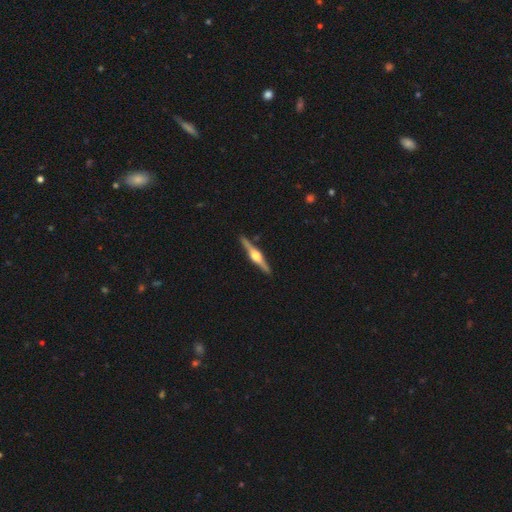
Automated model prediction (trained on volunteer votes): Smooth or featured?
  - featured or disk: 83% *
  - smooth: 12%
  - star or artifact: 5%
Edge-on disk?
  - yes: 98% *
  - no: 2%
Edge-on bulge?
  - rounded: 94% *
  - boxy: 4%
  - none: 2%
Merging?
  - none: 91% *
  - minor disturbance: 6%
  - major disturbance: 1%
  - merger: 1%